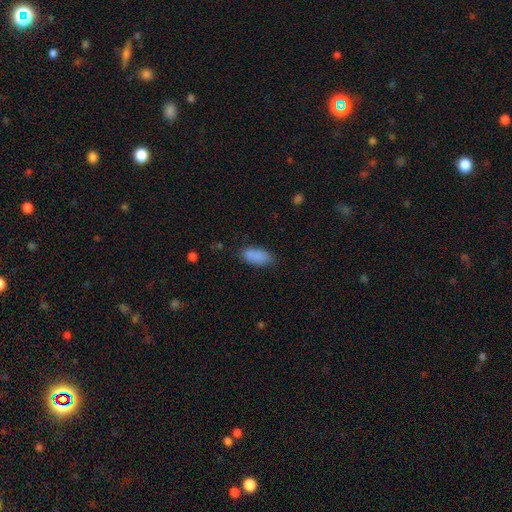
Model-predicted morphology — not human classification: Q: Smooth or featured?
A: smooth (87%); runner-up: star or artifact (8%)
Q: How rounded?
A: in between (90%); runner-up: cigar-shaped (7%)
Q: Merging?
A: none (76%); runner-up: minor disturbance (17%)